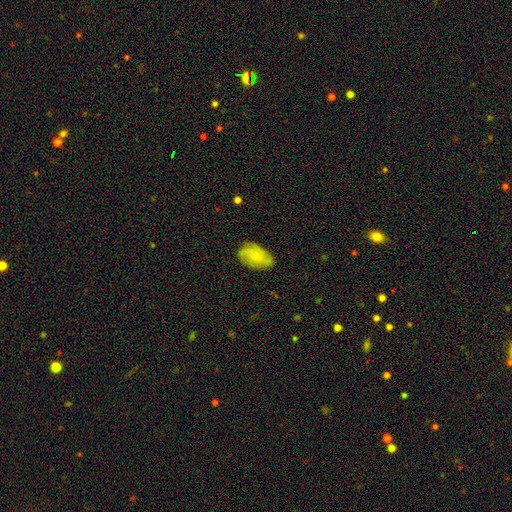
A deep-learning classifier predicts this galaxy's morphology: Smooth or featured: smooth — 68% (featured or disk — 25%)
How rounded: in between — 90% (round — 9%)
Merging: none — 75% (minor disturbance — 19%)